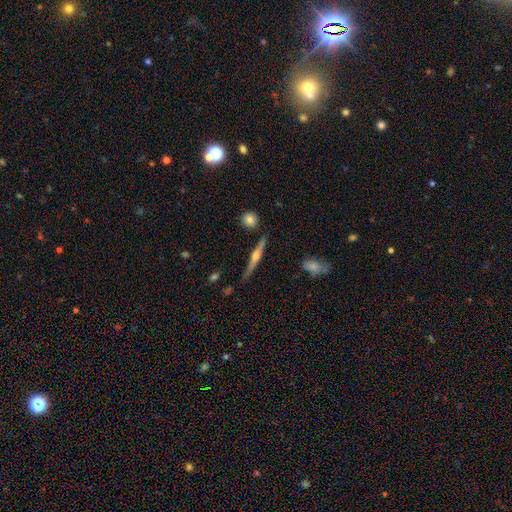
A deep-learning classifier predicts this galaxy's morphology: Q: Smooth or featured?
A: featured or disk (72%); runner-up: smooth (21%)
Q: Edge-on disk?
A: yes (98%); runner-up: no (2%)
Q: Edge-on bulge?
A: rounded (88%); runner-up: boxy (6%)
Q: Merging?
A: none (85%); runner-up: minor disturbance (10%)